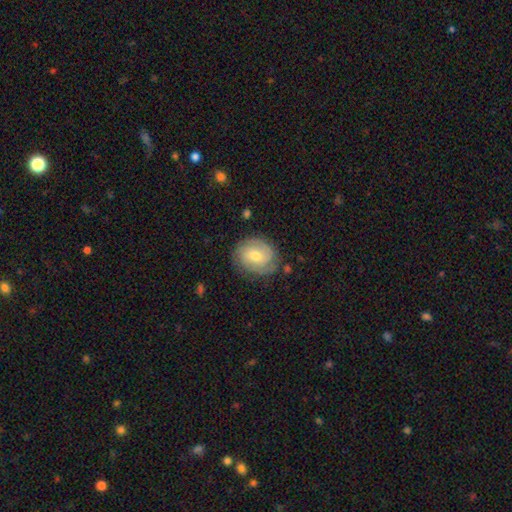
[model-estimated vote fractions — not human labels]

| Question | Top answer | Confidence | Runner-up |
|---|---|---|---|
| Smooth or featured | featured or disk | 62% | smooth (31%) |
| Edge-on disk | no | 97% | yes (3%) |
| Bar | no | 54% | weak (39%) |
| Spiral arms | yes | 87% | no (13%) |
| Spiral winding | tight | 59% | medium (31%) |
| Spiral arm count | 2 | 35% | can't tell (31%) |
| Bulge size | moderate | 62% | small (32%) |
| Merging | none | 78% | minor disturbance (16%) |